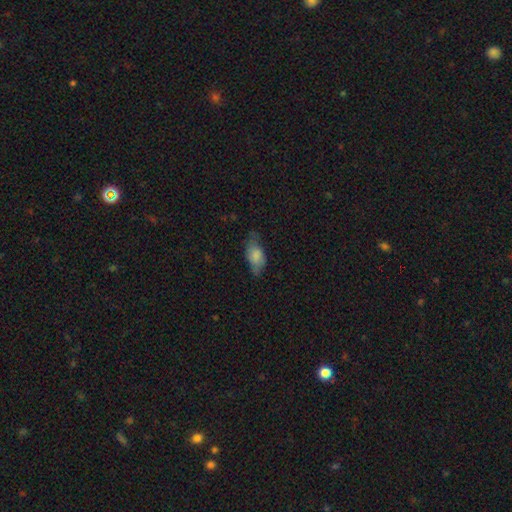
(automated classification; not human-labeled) smooth 75%, featured or disk 17%, star or artifact 7%. Down the decision tree: how rounded — in between (89%); merging — none (57%).